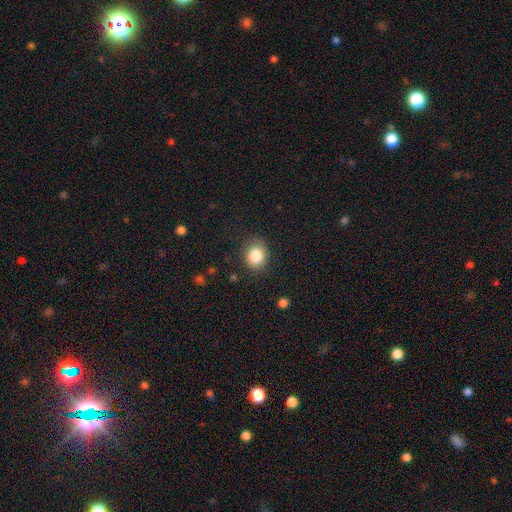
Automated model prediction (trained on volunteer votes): This appears to be a smooth galaxy with no disk features (84%) that is round (67%). Merging: none (84%).